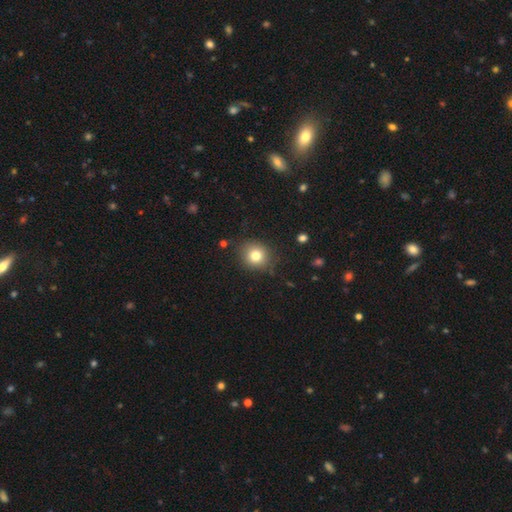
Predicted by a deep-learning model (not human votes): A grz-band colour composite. It shows a smooth galaxy with no disk features (80%) that is round (83%). Merging: none (85%).